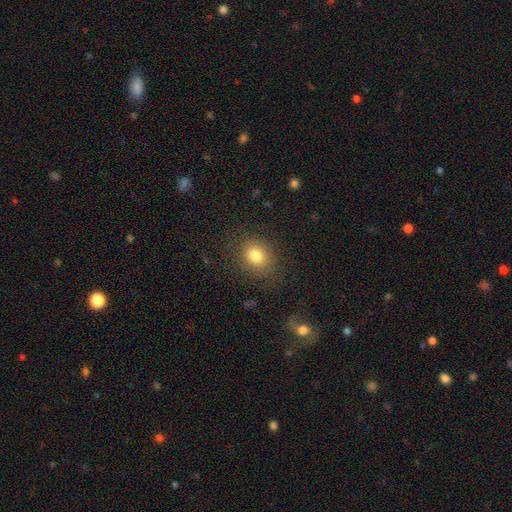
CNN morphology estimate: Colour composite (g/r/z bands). It shows a smooth galaxy with no disk features (81%) that is round (56%). Merging: none (82%).